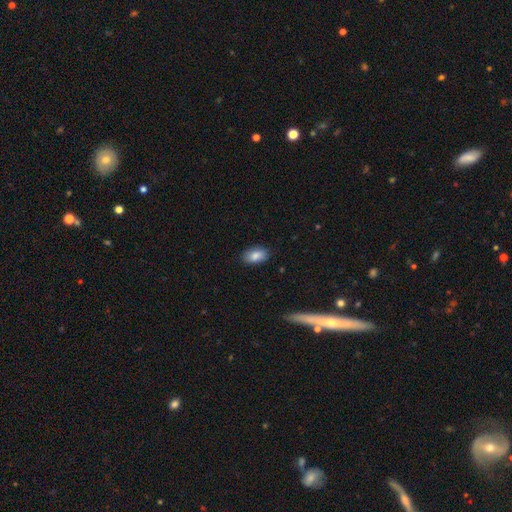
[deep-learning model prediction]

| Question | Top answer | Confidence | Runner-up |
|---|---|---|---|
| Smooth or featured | smooth | 85% | featured or disk (8%) |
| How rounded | in between | 93% | round (5%) |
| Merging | none | 84% | minor disturbance (12%) |